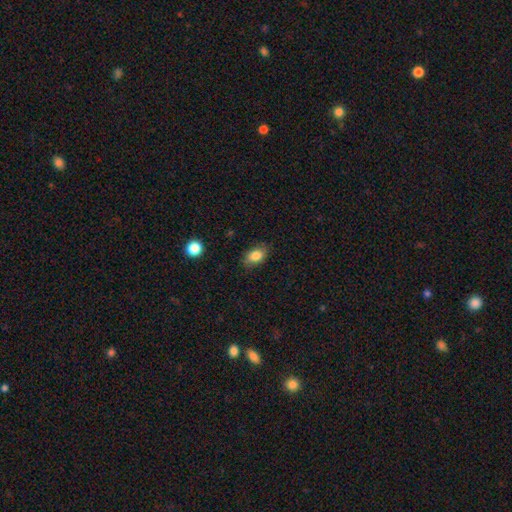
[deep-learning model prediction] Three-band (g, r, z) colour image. It shows a smooth galaxy with no disk features (83%) that is in between round and cigar-shaped (85%). Merging: none (81%).